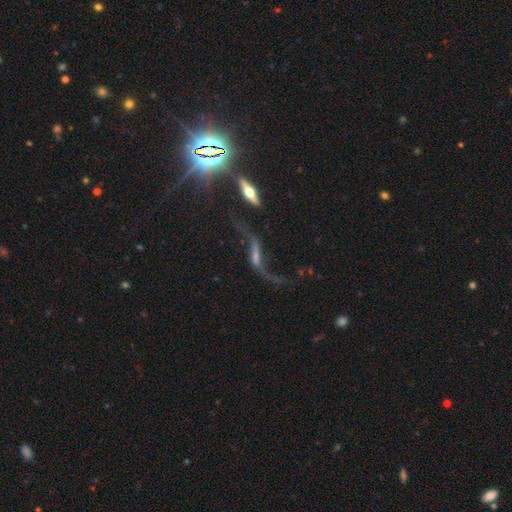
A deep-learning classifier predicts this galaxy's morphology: Smooth or featured?
  - featured or disk: 78% *
  - star or artifact: 12%
  - smooth: 10%
Edge-on disk?
  - no: 76% *
  - yes: 24%
Bar?
  - no: 35% *
  - weak: 34%
  - strong: 30%
Spiral arms?
  - yes: 88% *
  - no: 12%
Spiral winding?
  - loose: 95% *
  - medium: 4%
  - tight: 2%
Spiral arm count?
  - 2: 89% *
  - 1: 6%
  - can't tell: 2%
  - 3: 1%
  - 4: 1%
  - more than 4: 1%
Bulge size?
  - small: 38% *
  - none: 34%
  - moderate: 21%
  - large: 5%
  - dominant: 3%
Merging?
  - none: 52% *
  - major disturbance: 24%
  - minor disturbance: 15%
  - merger: 9%